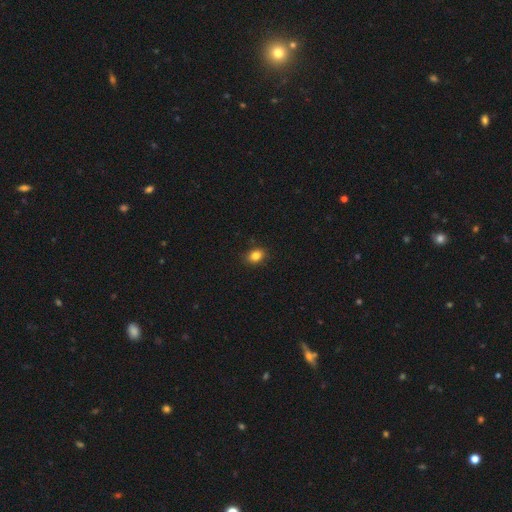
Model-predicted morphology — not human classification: Smooth or featured?
  - smooth: 84% *
  - star or artifact: 11%
  - featured or disk: 5%
How rounded?
  - in between: 63% *
  - round: 36%
  - cigar-shaped: 1%
Merging?
  - none: 87% *
  - minor disturbance: 10%
  - major disturbance: 2%
  - merger: 1%